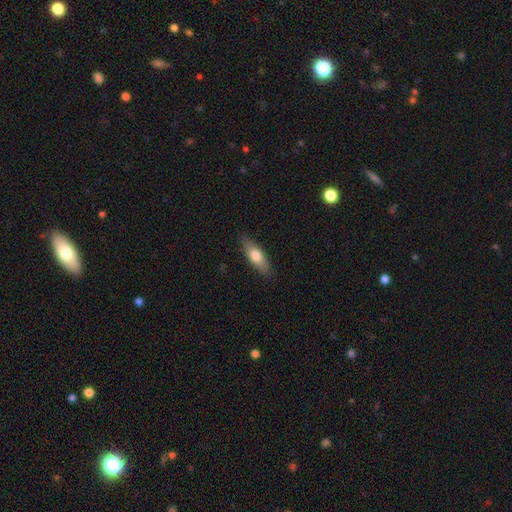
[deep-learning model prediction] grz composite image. It shows a smooth galaxy with no disk features (71%) that is in between round and cigar-shaped (57%). Merging: none (86%).